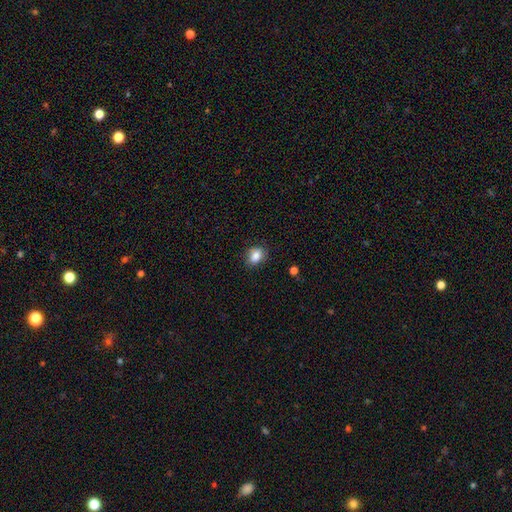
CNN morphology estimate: Overall: smooth (84%). How rounded: in between (64%; round 34%). Merging: none (82%).